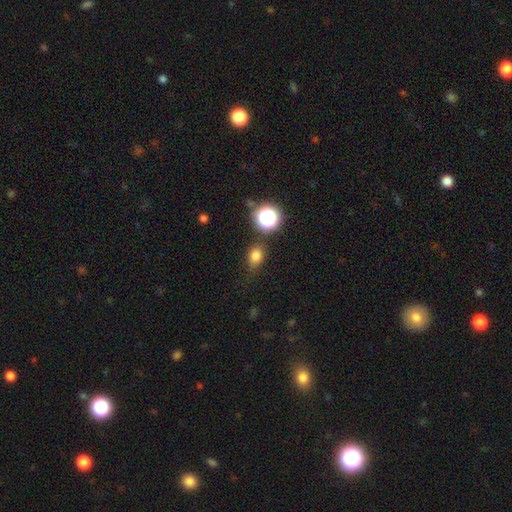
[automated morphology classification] A smooth galaxy with no disk features (78%) that is in between round and cigar-shaped (55%). Merging: none (72%).